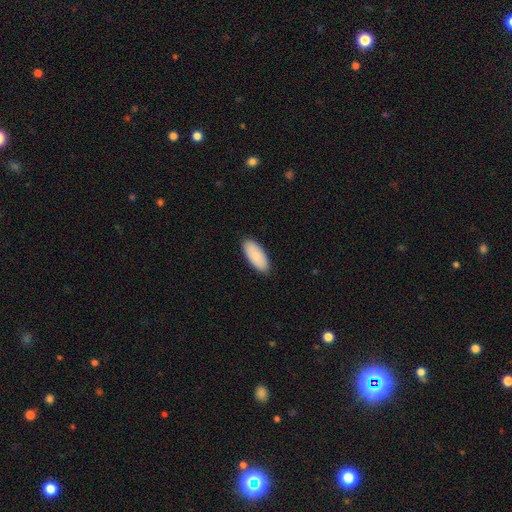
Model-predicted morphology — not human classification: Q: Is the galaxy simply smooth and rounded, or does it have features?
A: smooth — 82%.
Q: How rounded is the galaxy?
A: in between — 90%.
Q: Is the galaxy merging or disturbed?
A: none — 88%.